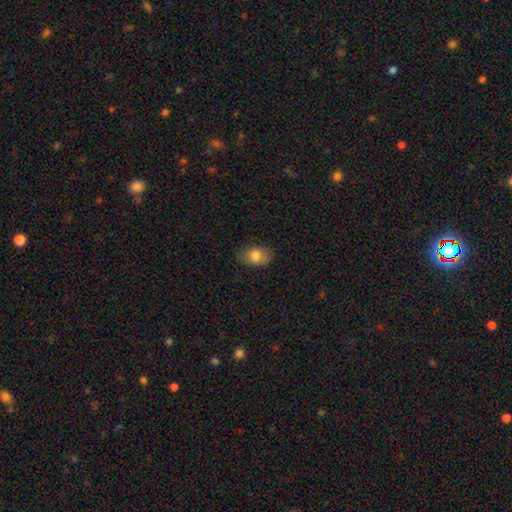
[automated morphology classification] A smooth galaxy with no disk features (78%) that is in between round and cigar-shaped (82%).

Vote fractions:
- Smooth or featured? smooth: 78% / featured or disk: 13% / star or artifact: 9%
- How rounded? in between: 82% / round: 17% / cigar-shaped: 1%
- Merging? none: 77% / minor disturbance: 19% / major disturbance: 4% / merger: 1%